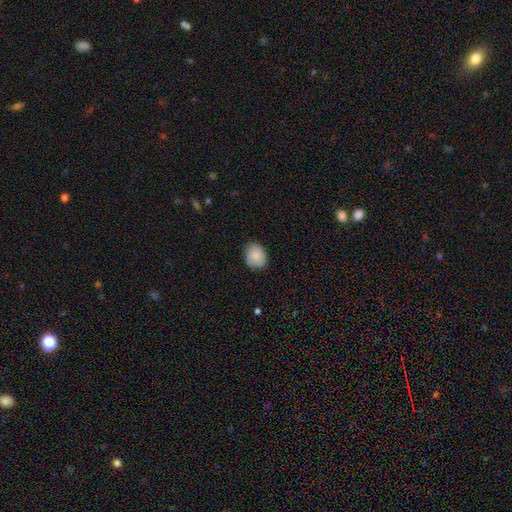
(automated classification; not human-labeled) Morphology: type=smooth (86%); roundness=round (50%); merging=none (79%).